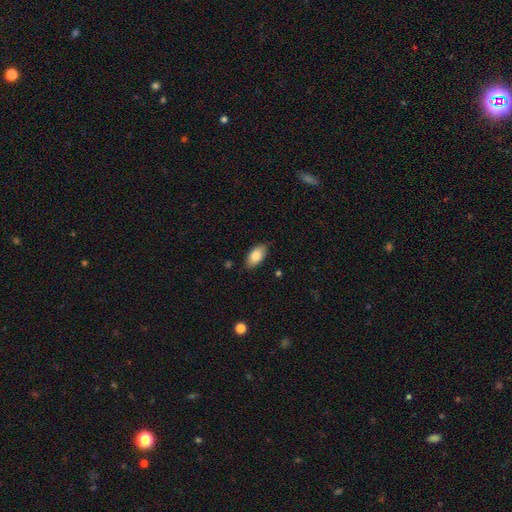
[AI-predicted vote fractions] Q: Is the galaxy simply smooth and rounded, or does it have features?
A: smooth — 84%.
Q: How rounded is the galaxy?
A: in between — 94%.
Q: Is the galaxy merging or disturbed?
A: none — 85%.